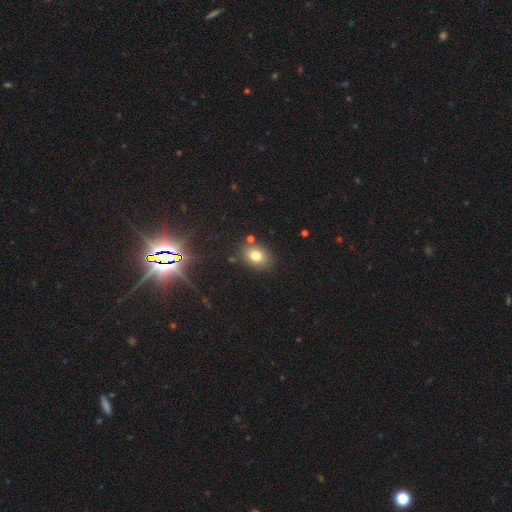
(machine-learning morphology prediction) A smooth galaxy with no disk features (77%) that is in between round and cigar-shaped (61%).

Vote fractions:
- Smooth or featured? smooth: 77% / star or artifact: 13% / featured or disk: 10%
- How rounded? in between: 61% / round: 38% / cigar-shaped: 1%
- Merging? none: 81% / minor disturbance: 10% / merger: 6% / major disturbance: 3%